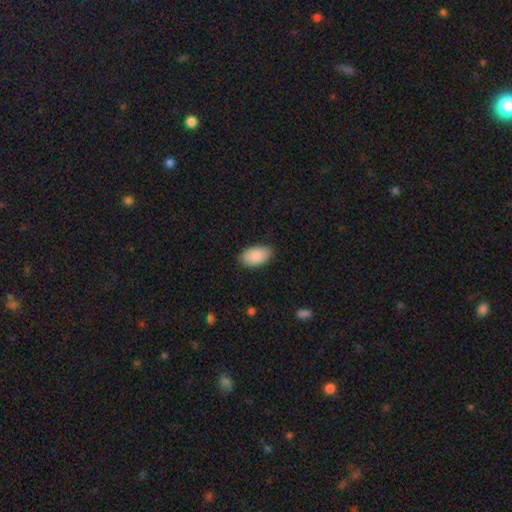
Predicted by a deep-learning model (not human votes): A smooth galaxy with no disk features (90%) that is in between round and cigar-shaped (95%). Merging: none (85%).